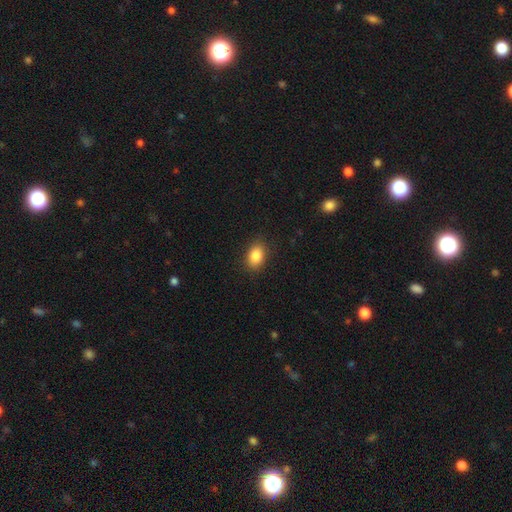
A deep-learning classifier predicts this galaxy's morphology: A smooth galaxy with no disk features (86%) that is in between round and cigar-shaped (80%).

Vote fractions:
- Smooth or featured? smooth: 86% / star or artifact: 9% / featured or disk: 5%
- How rounded? in between: 80% / round: 19% / cigar-shaped: 1%
- Merging? none: 88% / minor disturbance: 9% / major disturbance: 2% / merger: 1%